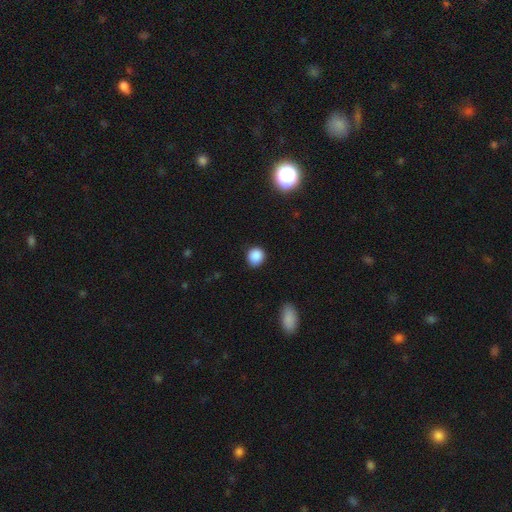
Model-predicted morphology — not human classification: Smooth or featured? Predicted: smooth (p=0.87). How rounded? Predicted: round (p=0.84). Merging? Predicted: none (p=0.85).